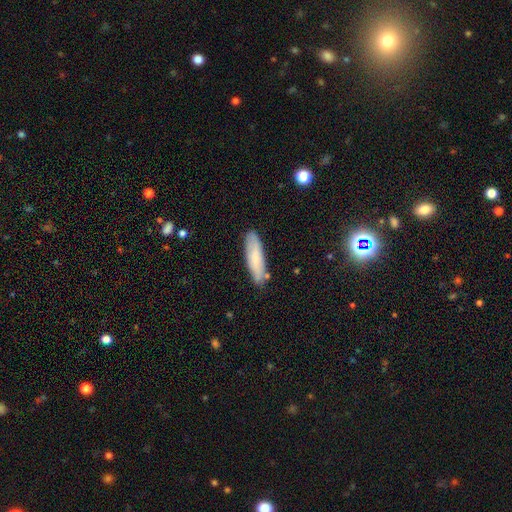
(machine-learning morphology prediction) Smooth or featured: smooth — 69% (featured or disk — 22%)
How rounded: cigar-shaped — 69% (in between — 29%)
Merging: none — 84% (minor disturbance — 12%)